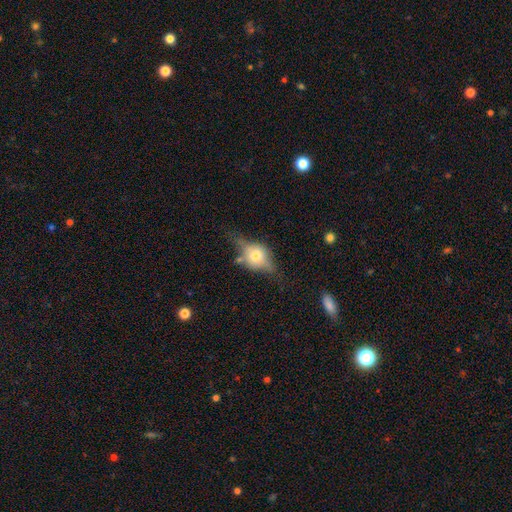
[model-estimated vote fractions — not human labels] featured or disk 54%, smooth 36%, star or artifact 9%. Down the decision tree: edge-on disk — yes (82%); merging — none (57%).